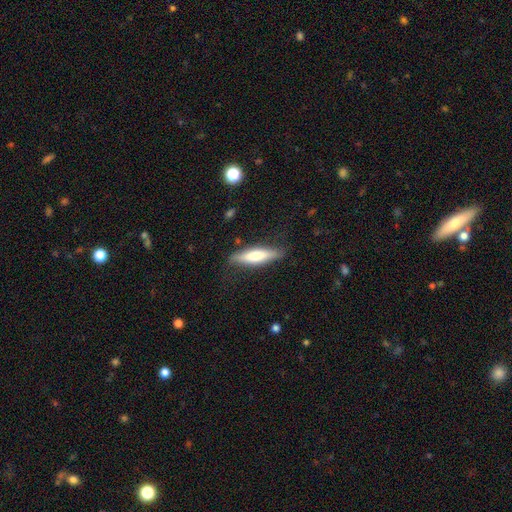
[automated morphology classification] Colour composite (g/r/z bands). It shows a smooth galaxy with no disk features (59%) that is cigar-shaped (68%). Merging: none (79%).